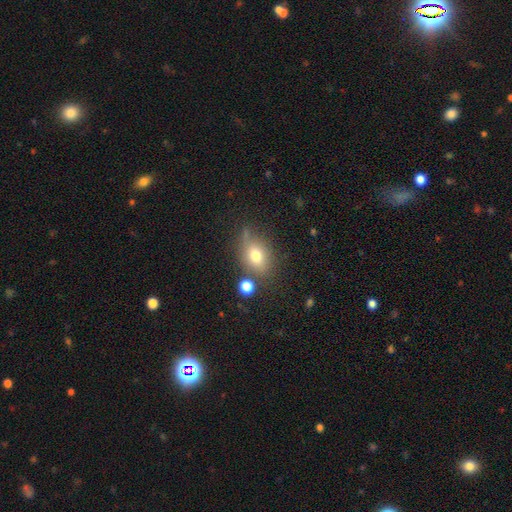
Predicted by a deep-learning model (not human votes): Morphology: type=smooth (72%); roundness=in between (71%); merging=none (64%).